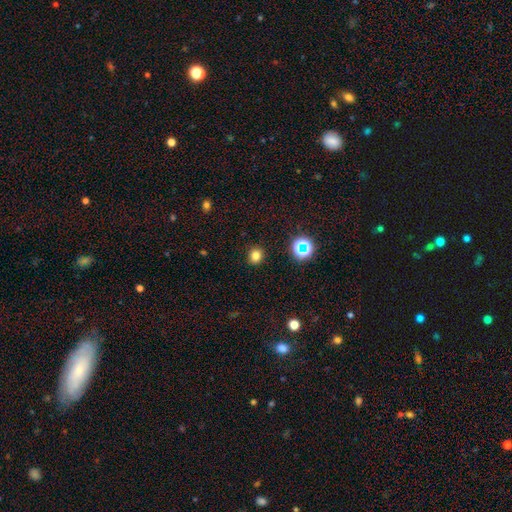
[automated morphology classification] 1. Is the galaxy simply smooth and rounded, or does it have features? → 77% smooth, 17% star or artifact, 6% featured or disk.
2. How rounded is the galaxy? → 77% round, 22% in between, 1% cigar-shaped.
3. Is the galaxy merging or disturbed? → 90% none, 6% minor disturbance, 2% major disturbance, 1% merger.